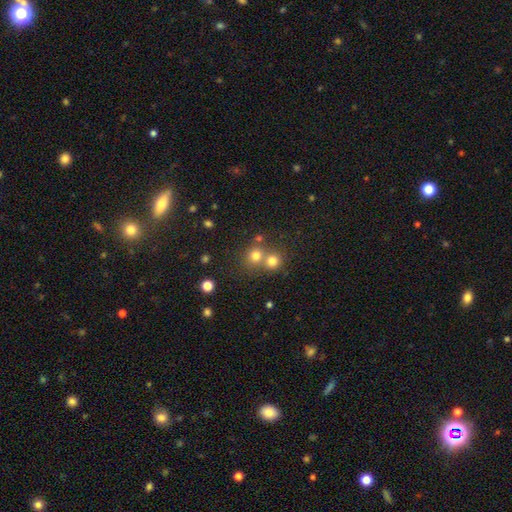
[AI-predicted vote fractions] Smooth or featured?
  - smooth: 75% *
  - star or artifact: 16%
  - featured or disk: 9%
How rounded?
  - round: 86% *
  - in between: 13%
  - cigar-shaped: 1%
Merging?
  - none: 50% *
  - merger: 42%
  - minor disturbance: 6%
  - major disturbance: 3%